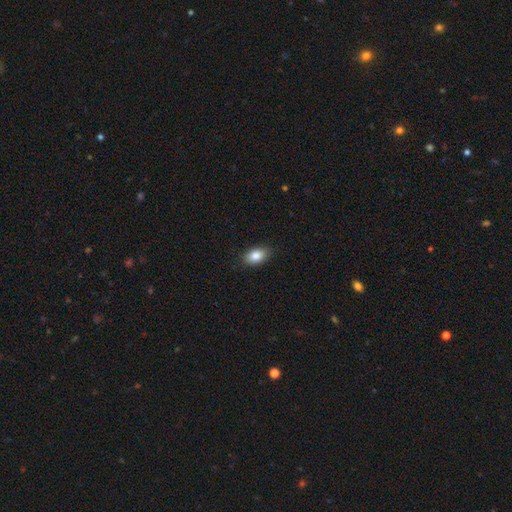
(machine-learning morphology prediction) The model was most divided on "smooth or featured": smooth: 85%, star or artifact: 8%, featured or disk: 7%. More confident: how rounded — in between (89%); merging — none (87%).